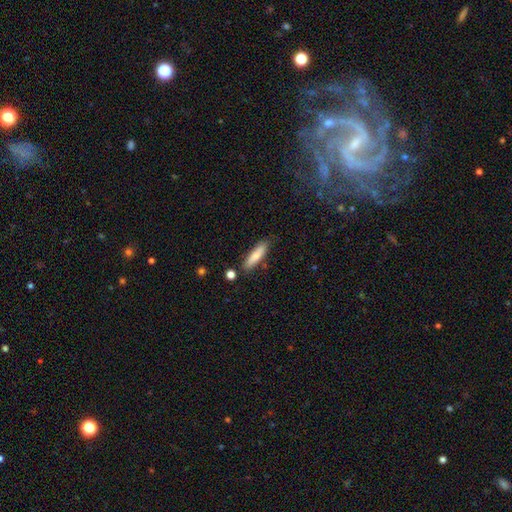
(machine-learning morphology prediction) This appears to be a smooth galaxy with no disk features (75%) that is cigar-shaped (69%). Merging: none (80%).